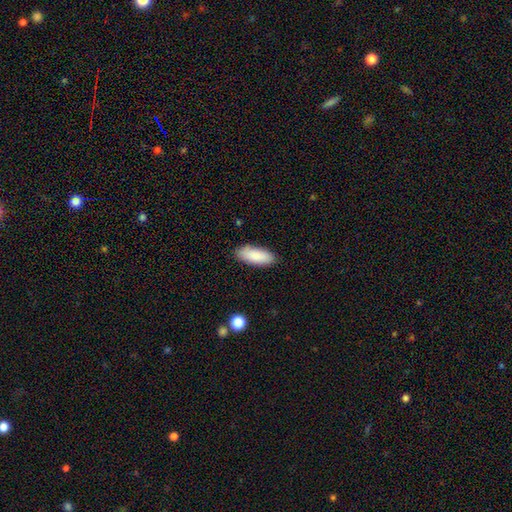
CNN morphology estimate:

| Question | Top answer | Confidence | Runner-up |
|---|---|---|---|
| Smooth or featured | smooth | 88% | star or artifact (6%) |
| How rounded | in between | 78% | cigar-shaped (20%) |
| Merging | none | 86% | minor disturbance (11%) |